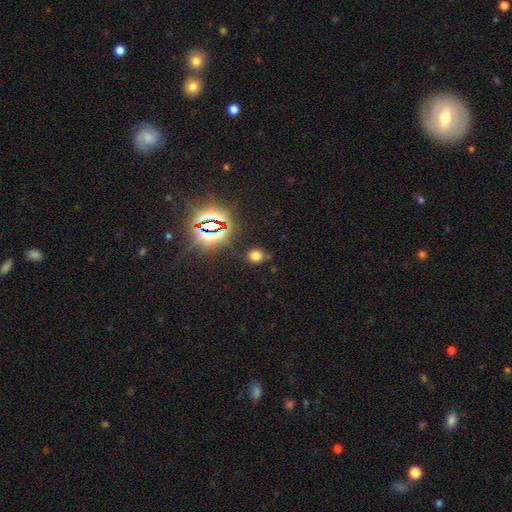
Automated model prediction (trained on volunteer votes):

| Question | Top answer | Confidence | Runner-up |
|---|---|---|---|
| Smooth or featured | smooth | 64% | star or artifact (29%) |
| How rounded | round | 72% | in between (27%) |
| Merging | none | 78% | minor disturbance (14%) |